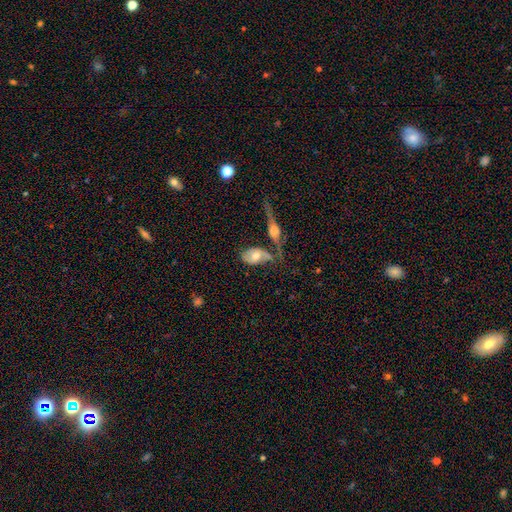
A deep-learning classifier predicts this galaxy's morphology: This appears to be a featured or disk galaxy (49%). Merging: none (31%).